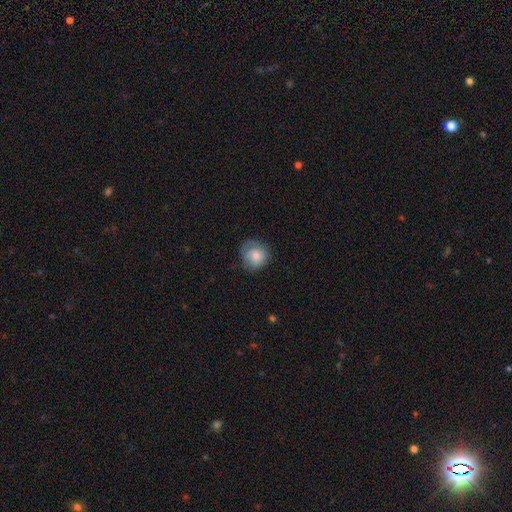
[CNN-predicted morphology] smooth 73%, featured or disk 20%, star or artifact 7%. Down the decision tree: how rounded — round (81%); merging — none (62%).